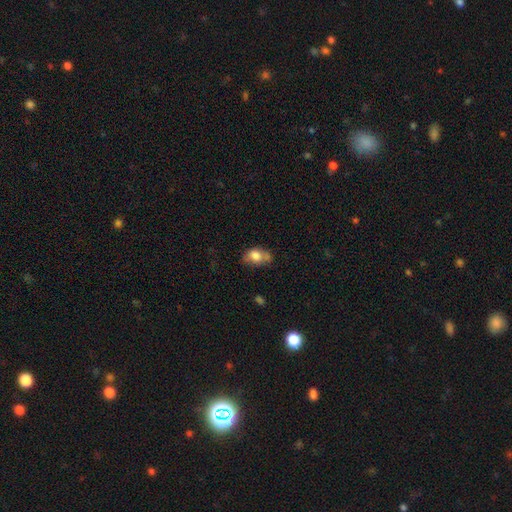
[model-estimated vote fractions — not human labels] smooth_or_featured: smooth (p=0.75) [alt: featured or disk p=0.16]
how_rounded: in between (p=0.77) [alt: round p=0.21]
merging: none (p=0.42) [alt: minor disturbance p=0.33]